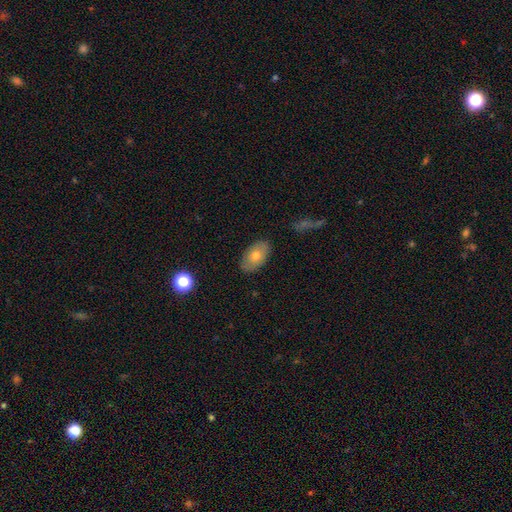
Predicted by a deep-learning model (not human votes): Smooth or featured? smooth (71%)
How rounded? in between (92%)
Merging? none (86%)